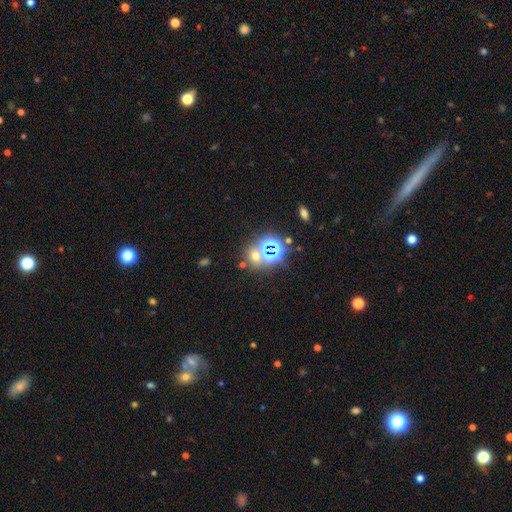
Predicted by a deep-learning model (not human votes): A star or artifact, not a galaxy (50%).

Vote fractions:
- Smooth or featured? star or artifact: 50% / smooth: 41% / featured or disk: 9%